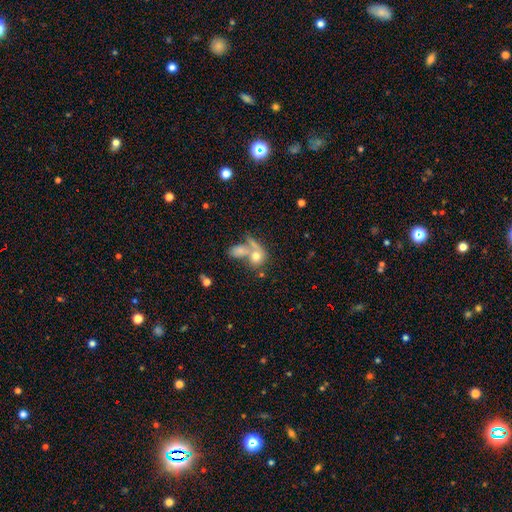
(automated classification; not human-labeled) Overall: smooth (48%; featured or disk 32%). Merging: merger (56%; none 27%).